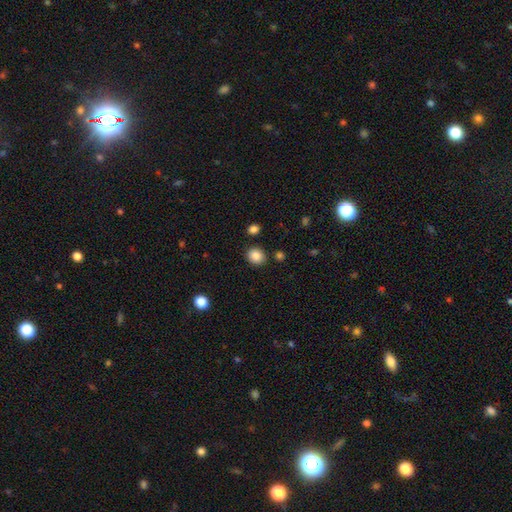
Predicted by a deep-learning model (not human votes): Q: Smooth or featured?
A: smooth (86%); runner-up: star or artifact (10%)
Q: How rounded?
A: round (71%); runner-up: in between (28%)
Q: Merging?
A: none (85%); runner-up: minor disturbance (8%)